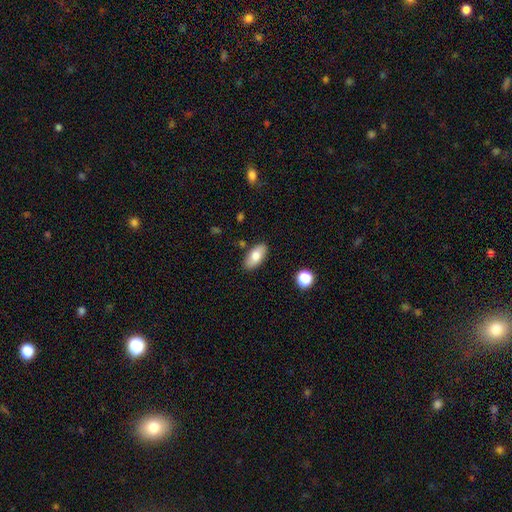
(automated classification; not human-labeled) This is likely a smooth galaxy (78%). How rounded: clearly in between (91%). Merging: clearly none (85%).